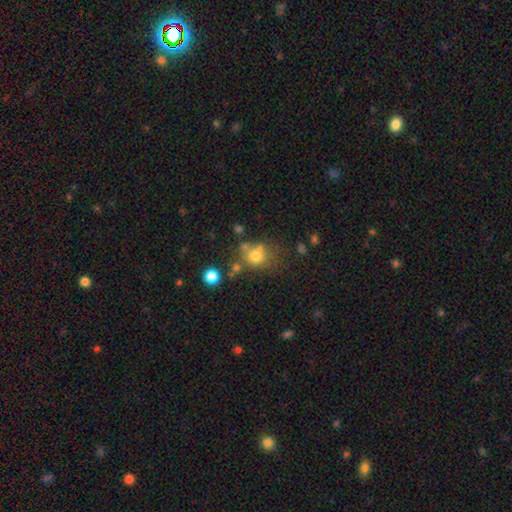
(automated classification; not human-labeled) Smooth or featured? Predicted: smooth (p=0.71). How rounded? Predicted: round (p=0.76). Merging? Predicted: none (p=0.52).